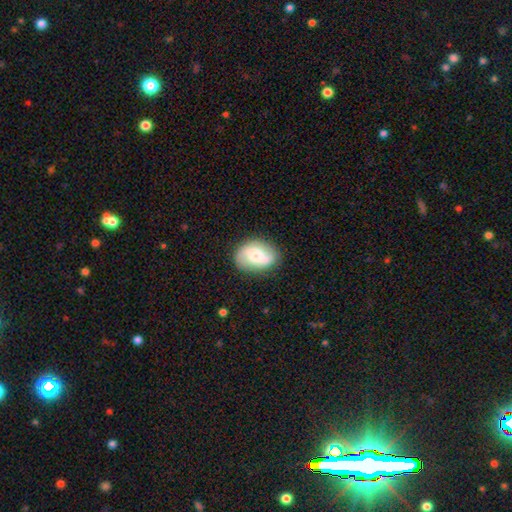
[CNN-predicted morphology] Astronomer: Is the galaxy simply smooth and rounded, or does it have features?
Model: featured or disk — 50% (runner-up: smooth, 42%).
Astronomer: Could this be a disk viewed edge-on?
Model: no — 96%.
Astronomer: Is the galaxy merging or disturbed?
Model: none — 79%.